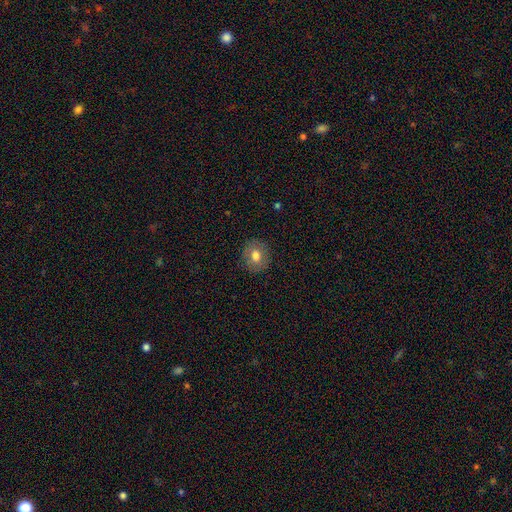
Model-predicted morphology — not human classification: Smooth or featured?
  - smooth: 74% *
  - featured or disk: 17%
  - star or artifact: 9%
How rounded?
  - round: 78% *
  - in between: 21%
  - cigar-shaped: 1%
Merging?
  - none: 87% *
  - minor disturbance: 9%
  - major disturbance: 3%
  - merger: 1%